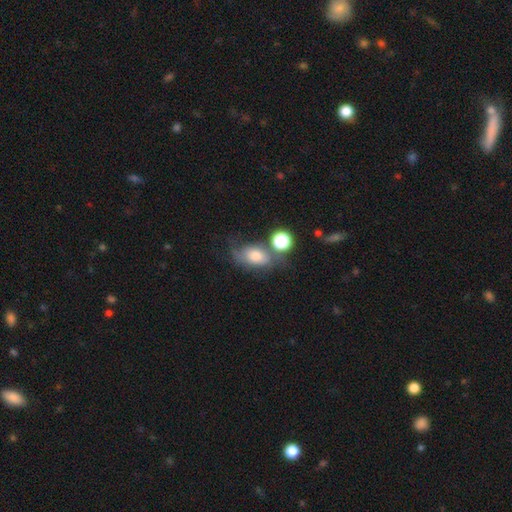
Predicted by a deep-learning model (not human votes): smooth 60%, featured or disk 27%, star or artifact 13%. Down the decision tree: how rounded — in between (76%); merging — none (37%).